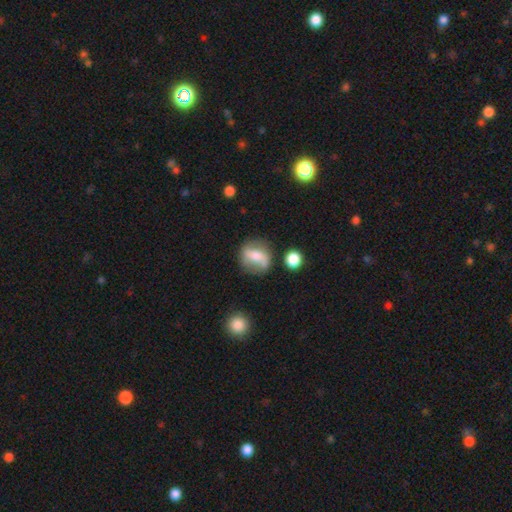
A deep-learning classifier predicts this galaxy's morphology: This is possibly a featured or disk galaxy (48%). Merging: likely none (68%).